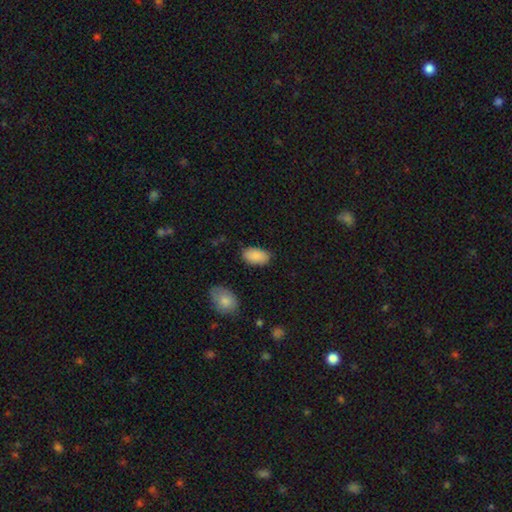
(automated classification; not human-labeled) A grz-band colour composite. It shows a smooth galaxy with no disk features (89%) that is in between round and cigar-shaped (94%). Merging: none (80%).